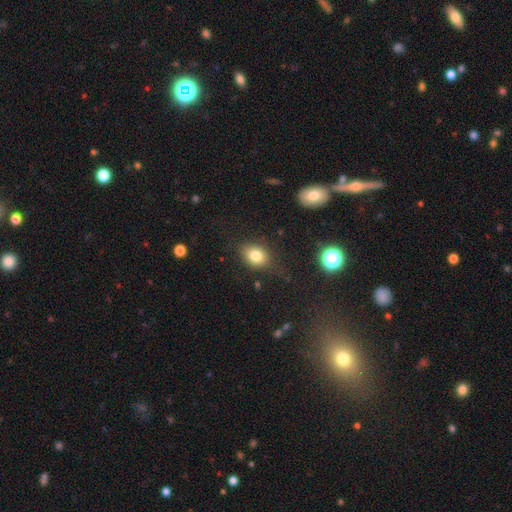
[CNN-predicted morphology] This is likely a smooth galaxy (79%). How rounded: likely in between (60%). Merging: likely none (77%).